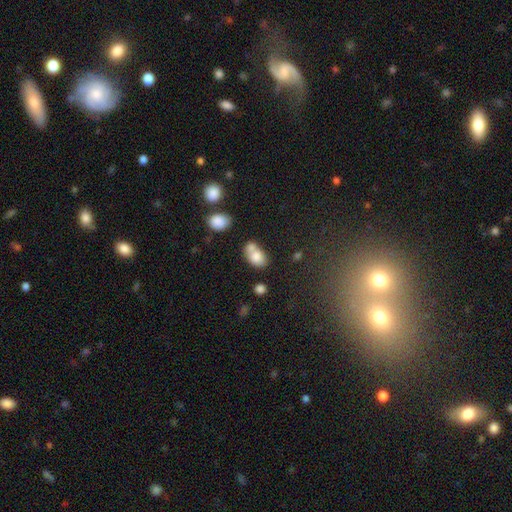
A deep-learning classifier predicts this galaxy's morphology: smooth-or-featured: smooth: 77% | featured or disk: 14% | star or artifact: 9%
  how-rounded: in between: 81% | round: 18% | cigar-shaped: 2%
  merging: merger: 49% | none: 31% | minor disturbance: 14% | major disturbance: 6%